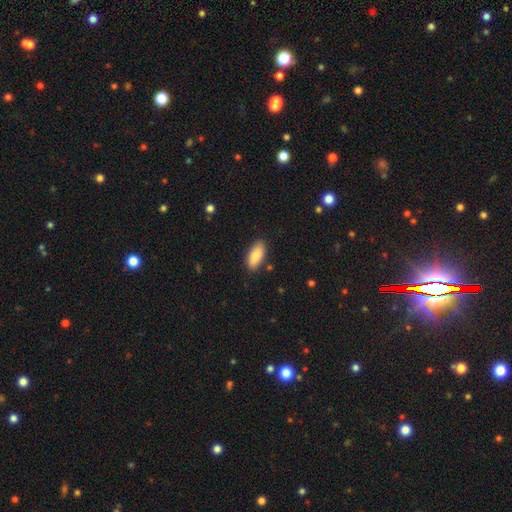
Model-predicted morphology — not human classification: smooth-or-featured: smooth: 87% | featured or disk: 7% | star or artifact: 6%
  how-rounded: in between: 88% | cigar-shaped: 10% | round: 2%
  merging: none: 84% | minor disturbance: 11% | major disturbance: 2% | merger: 2%